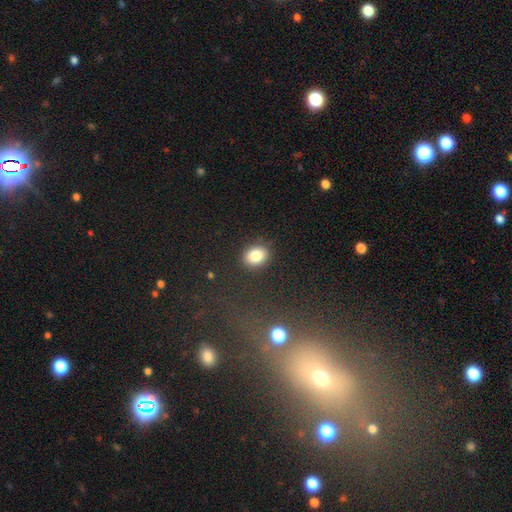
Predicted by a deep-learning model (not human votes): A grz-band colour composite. It shows a smooth galaxy with no disk features (84%) that is round (50%). Merging: none (87%).